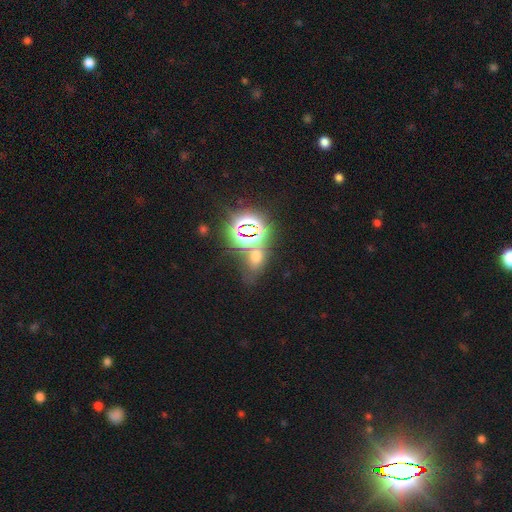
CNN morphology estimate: star or artifact 49%, smooth 41%, featured or disk 11%.